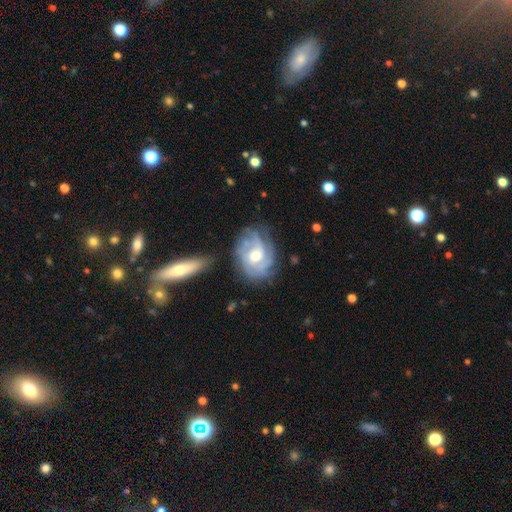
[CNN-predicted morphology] Q: Smooth or featured?
A: featured or disk (82%); runner-up: smooth (12%)
Q: Edge-on disk?
A: no (97%); runner-up: yes (3%)
Q: Bar?
A: no (60%); runner-up: weak (34%)
Q: Spiral arms?
A: yes (93%); runner-up: no (7%)
Q: Spiral winding?
A: tight (56%); runner-up: medium (34%)
Q: Spiral arm count?
A: can't tell (30%); runner-up: 3 (29%)
Q: Bulge size?
A: moderate (70%); runner-up: small (14%)
Q: Merging?
A: none (66%); runner-up: minor disturbance (20%)